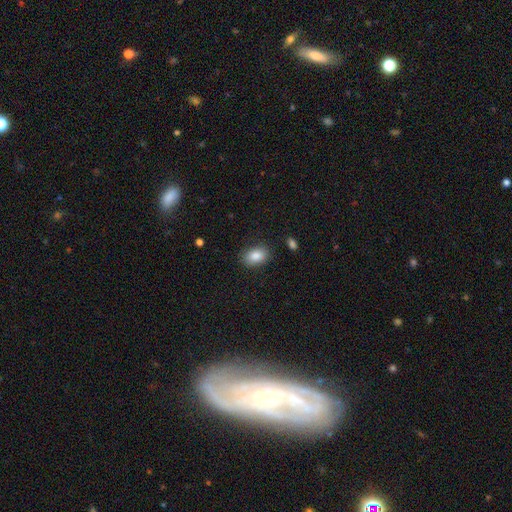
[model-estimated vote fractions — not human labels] Q: Smooth or featured?
A: smooth (86%); runner-up: star or artifact (8%)
Q: How rounded?
A: in between (86%); runner-up: round (12%)
Q: Merging?
A: none (85%); runner-up: minor disturbance (11%)